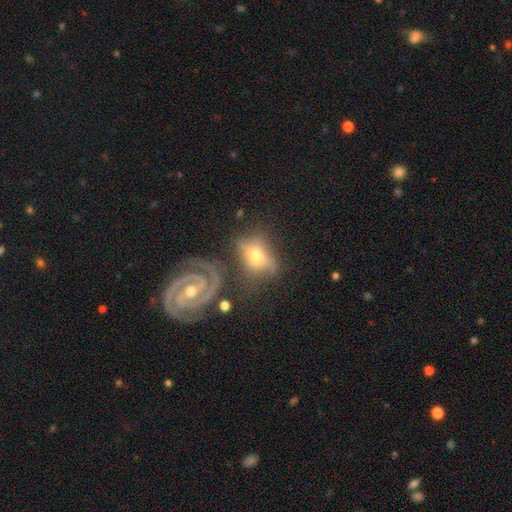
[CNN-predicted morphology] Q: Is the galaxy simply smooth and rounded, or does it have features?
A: featured or disk — 54%.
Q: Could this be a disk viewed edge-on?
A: no — 88%.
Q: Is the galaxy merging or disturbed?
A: none — 53%.